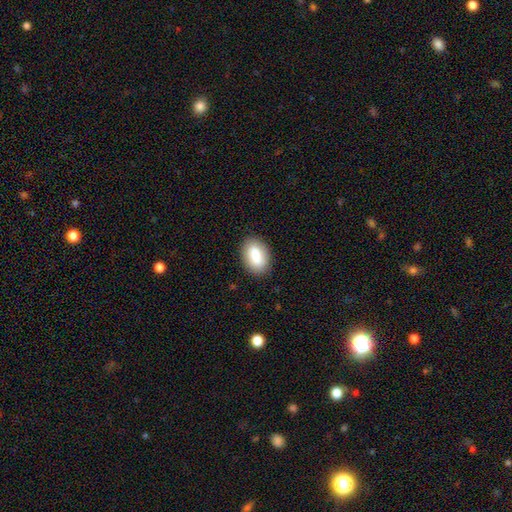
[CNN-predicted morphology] Smooth or featured? Predicted: smooth (p=0.85). How rounded? Predicted: in between (p=0.90). Merging? Predicted: none (p=0.86).